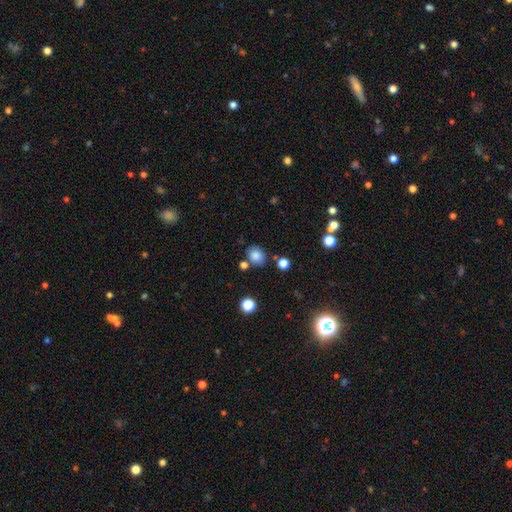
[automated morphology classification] Smooth or featured: smooth — 82% (star or artifact — 11%)
How rounded: round — 60% (in between — 39%)
Merging: none — 73% (minor disturbance — 13%)